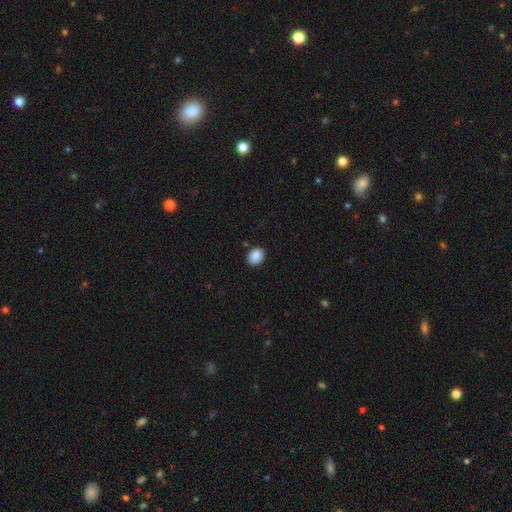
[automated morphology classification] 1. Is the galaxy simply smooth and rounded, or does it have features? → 89% smooth, 8% star or artifact, 3% featured or disk.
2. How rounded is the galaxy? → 51% round, 48% in between, 1% cigar-shaped.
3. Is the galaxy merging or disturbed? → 88% none, 9% minor disturbance, 2% major disturbance, 1% merger.